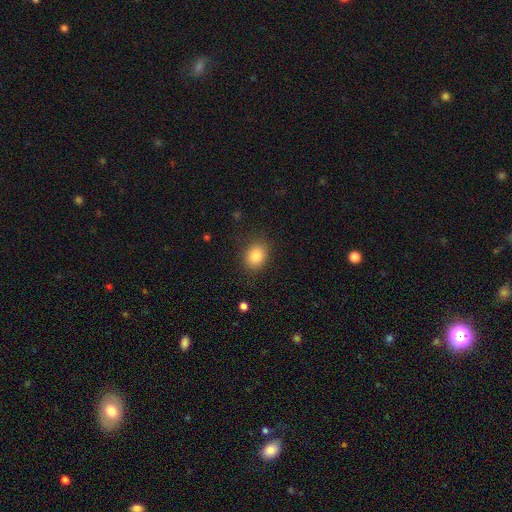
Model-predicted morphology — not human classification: This is clearly a smooth galaxy (85%). How rounded: possibly in between (54%). Merging: clearly none (85%).